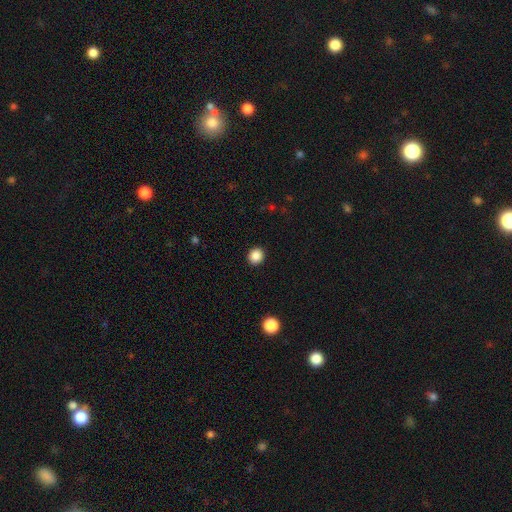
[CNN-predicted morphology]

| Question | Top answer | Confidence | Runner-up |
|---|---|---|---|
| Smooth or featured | smooth | 88% | star or artifact (10%) |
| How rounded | round | 87% | in between (12%) |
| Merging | none | 93% | minor disturbance (5%) |